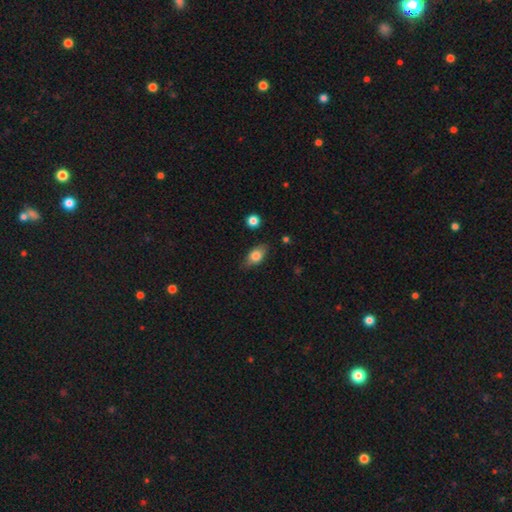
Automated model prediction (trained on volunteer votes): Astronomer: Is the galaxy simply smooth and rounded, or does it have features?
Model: smooth — 76%.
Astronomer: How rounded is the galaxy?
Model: in between — 83%.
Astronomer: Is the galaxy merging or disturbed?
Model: none — 78%.